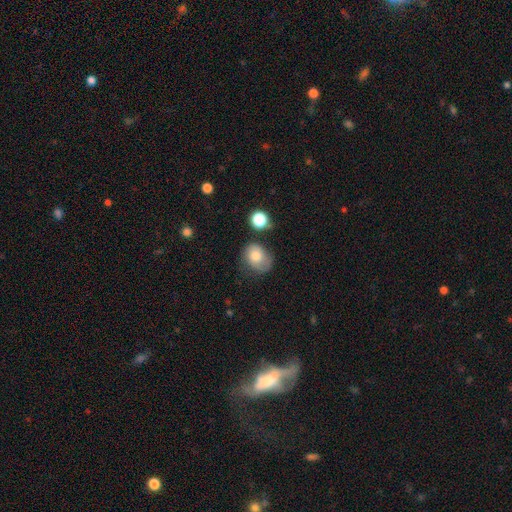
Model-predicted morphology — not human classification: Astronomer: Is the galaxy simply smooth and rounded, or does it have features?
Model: smooth — 74%.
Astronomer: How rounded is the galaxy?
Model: round — 51% (runner-up: in between, 48%).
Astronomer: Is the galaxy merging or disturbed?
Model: none — 47% (runner-up: minor disturbance, 33%).